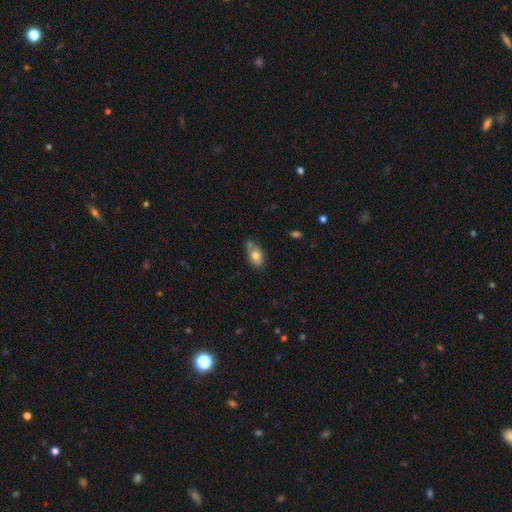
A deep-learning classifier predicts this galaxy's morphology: smooth-or-featured: smooth: 74% | featured or disk: 18% | star or artifact: 8%
  how-rounded: in between: 88% | round: 9% | cigar-shaped: 3%
  merging: none: 54% | minor disturbance: 30% | merger: 9% | major disturbance: 7%